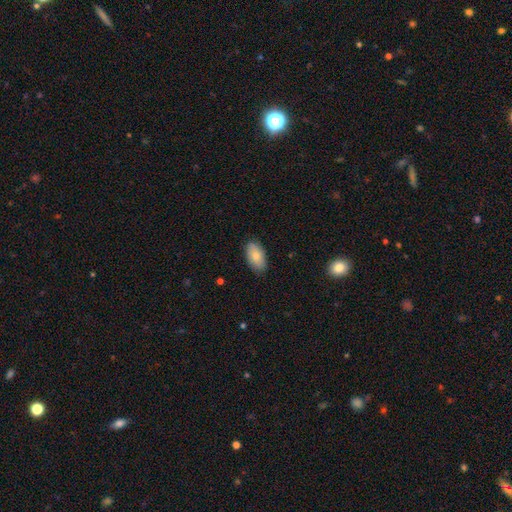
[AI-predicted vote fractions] smooth_or_featured: smooth (p=0.80) [alt: featured or disk p=0.13]
how_rounded: in between (p=0.94) [alt: round p=0.04]
merging: none (p=0.85) [alt: minor disturbance p=0.12]